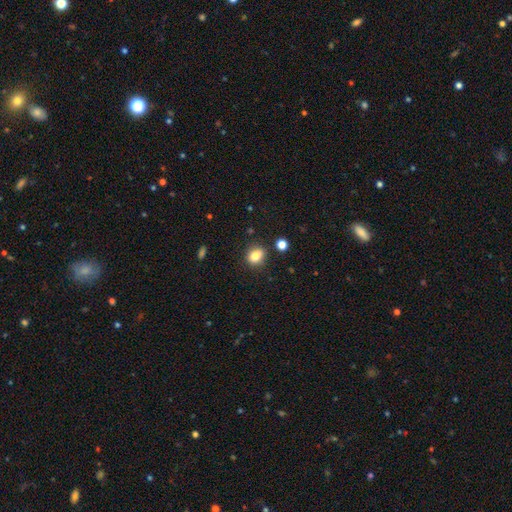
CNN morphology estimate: Smooth or featured? smooth (81%)
How rounded? round (55%)
Merging? none (82%)